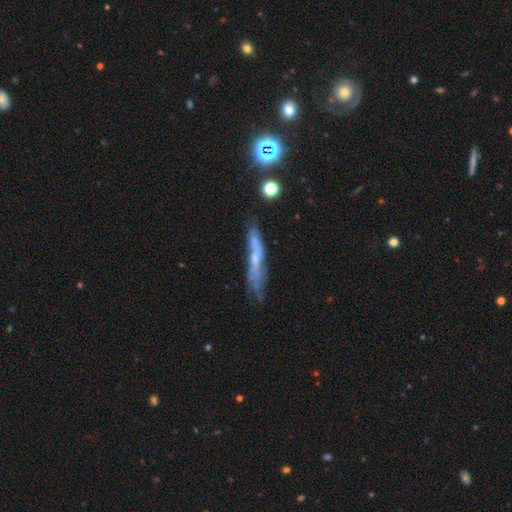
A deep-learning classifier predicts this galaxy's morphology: Smooth or featured: featured or disk — 51% (smooth — 35%)
Edge-on disk: yes — 70% (no — 30%)
Merging: none — 57% (minor disturbance — 26%)